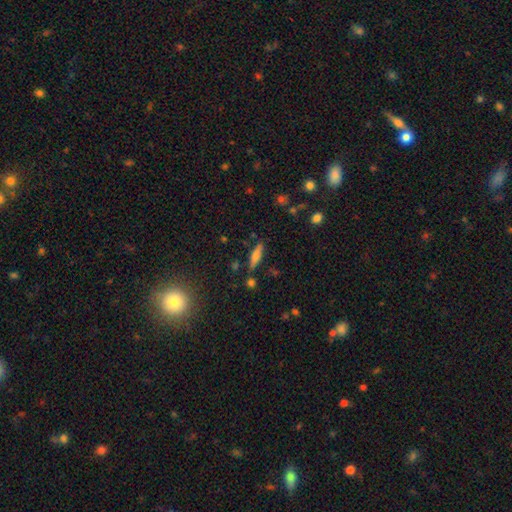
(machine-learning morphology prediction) This is possibly a smooth galaxy (59%). How rounded: likely cigar-shaped (67%). Merging: clearly none (80%).